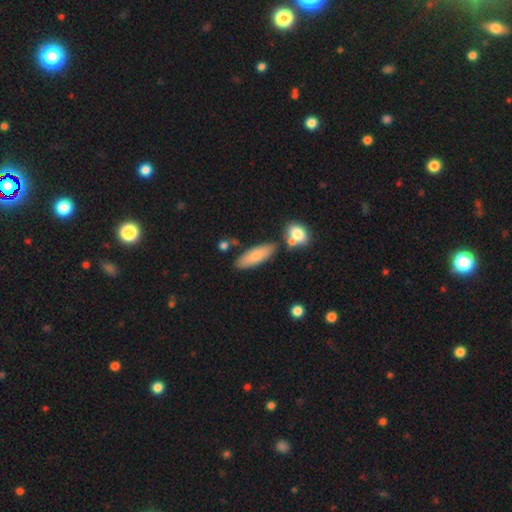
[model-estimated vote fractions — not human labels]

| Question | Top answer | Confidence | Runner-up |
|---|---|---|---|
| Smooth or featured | smooth | 74% | featured or disk (20%) |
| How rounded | in between | 61% | cigar-shaped (36%) |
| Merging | none | 75% | minor disturbance (13%) |